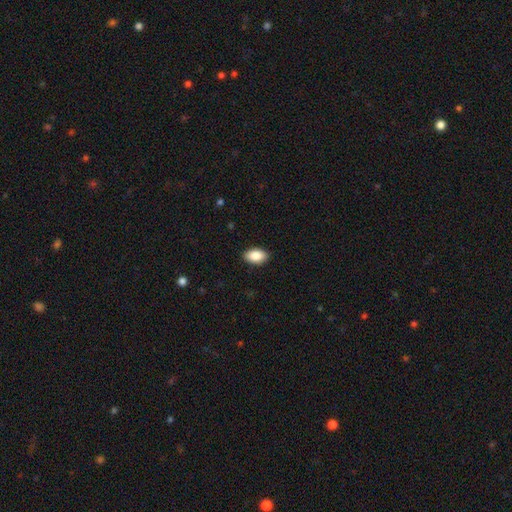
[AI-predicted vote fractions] smooth_or_featured: smooth (p=0.88) [alt: star or artifact p=0.07]
how_rounded: in between (p=0.93) [alt: round p=0.05]
merging: none (p=0.90) [alt: minor disturbance p=0.08]